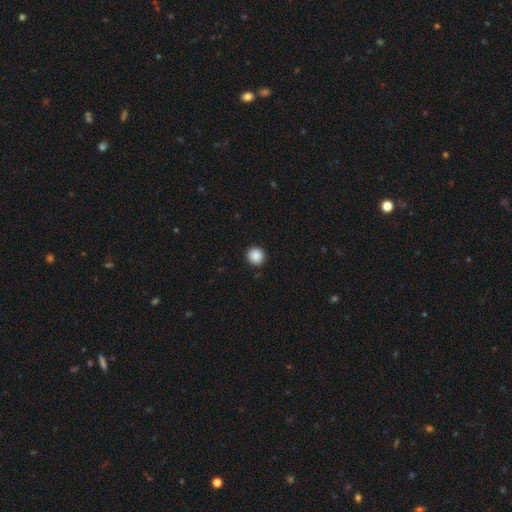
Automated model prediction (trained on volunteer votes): Q: Smooth or featured?
A: smooth (88%); runner-up: star or artifact (9%)
Q: How rounded?
A: round (94%); runner-up: in between (5%)
Q: Merging?
A: none (92%); runner-up: minor disturbance (5%)